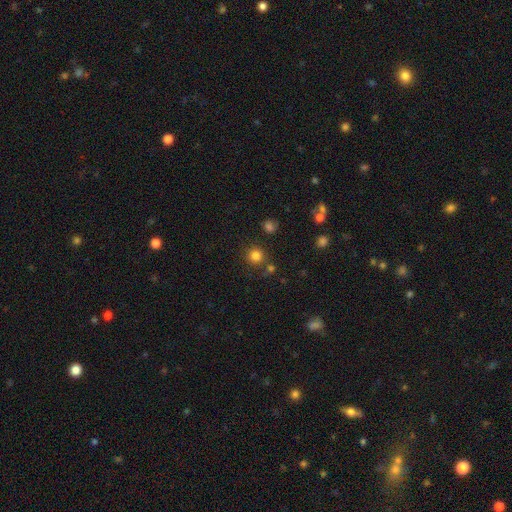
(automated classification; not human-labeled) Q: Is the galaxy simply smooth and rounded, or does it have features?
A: smooth — 80%.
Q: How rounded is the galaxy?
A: round — 93%.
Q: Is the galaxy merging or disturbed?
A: none — 81%.